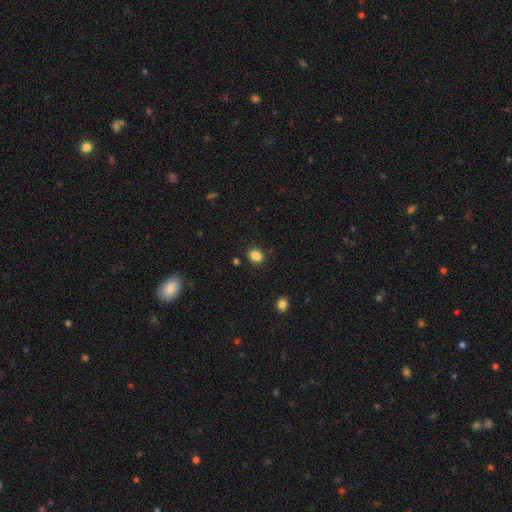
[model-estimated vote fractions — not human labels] Smooth or featured?
  - smooth: 86% *
  - star or artifact: 11%
  - featured or disk: 4%
How rounded?
  - round: 55% *
  - in between: 44%
  - cigar-shaped: 1%
Merging?
  - none: 86% *
  - minor disturbance: 9%
  - major disturbance: 2%
  - merger: 2%